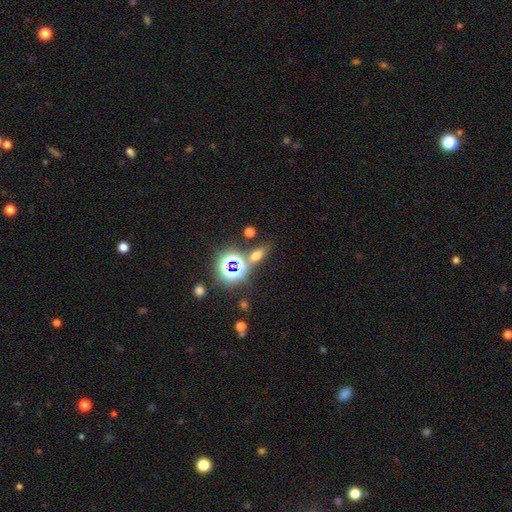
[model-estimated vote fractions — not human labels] A smooth galaxy with no disk features (54%) that is in between round and cigar-shaped (66%). Merging: none (72%).